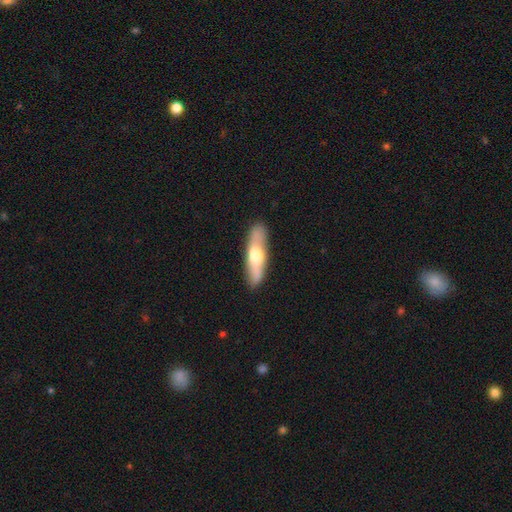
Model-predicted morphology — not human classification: Smooth or featured? smooth (54%)
How rounded? cigar-shaped (67%)
Merging? none (86%)